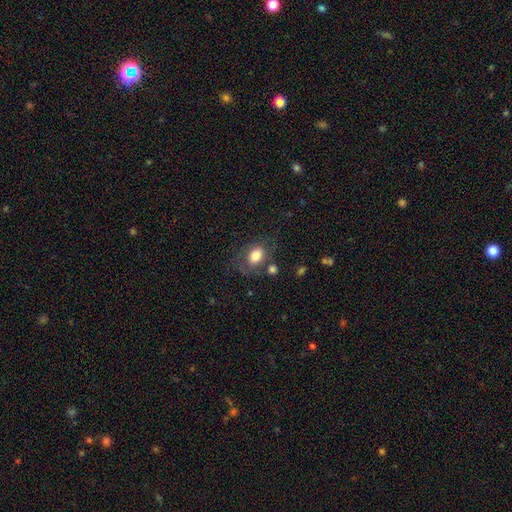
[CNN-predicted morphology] Overall: smooth (79%). How rounded: in between (61%; round 38%). Merging: none (59%; minor disturbance 21%).